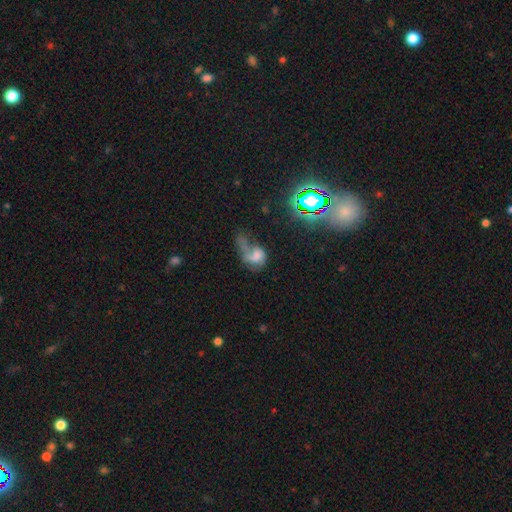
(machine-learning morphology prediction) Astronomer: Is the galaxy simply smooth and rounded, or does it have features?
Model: featured or disk — 48% (runner-up: smooth, 38%).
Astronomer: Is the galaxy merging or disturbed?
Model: major disturbance — 52%.